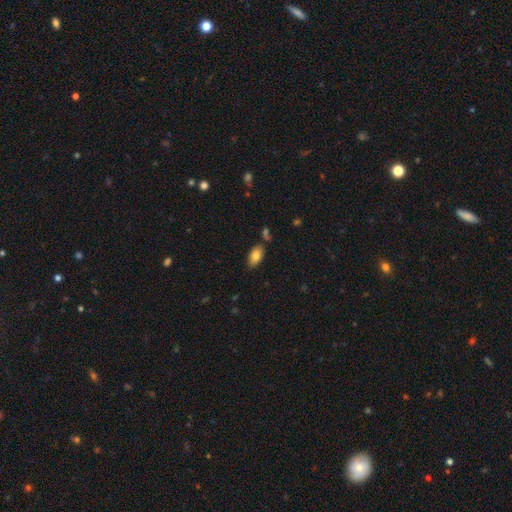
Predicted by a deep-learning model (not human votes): Smooth or featured: smooth — 81% (featured or disk — 11%)
How rounded: in between — 92% (round — 4%)
Merging: none — 76% (minor disturbance — 15%)